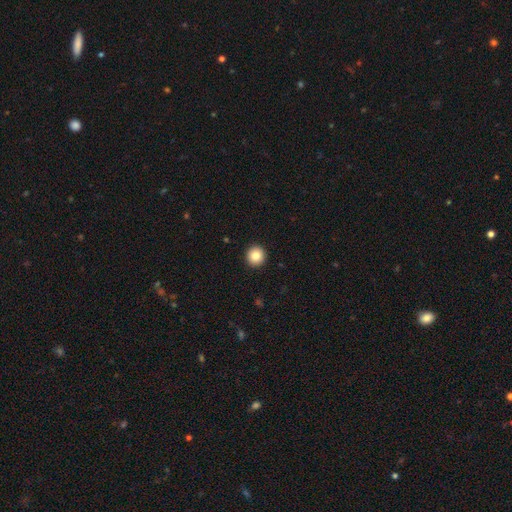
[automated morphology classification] This appears to be a smooth galaxy with no disk features (84%) that is round (95%). Merging: none (94%).